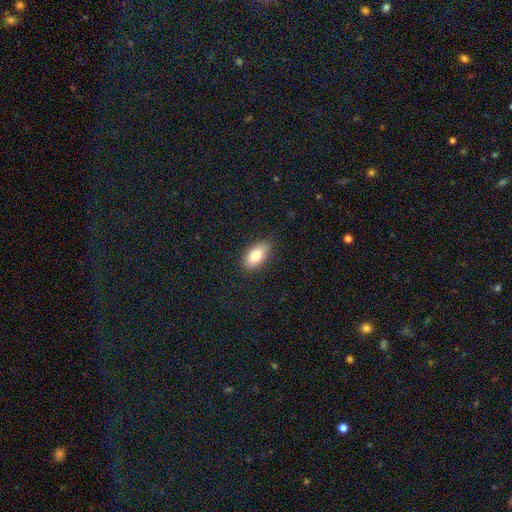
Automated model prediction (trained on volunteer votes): smooth 82%, featured or disk 11%, star or artifact 7%. Down the decision tree: how rounded — in between (92%); merging — none (86%).